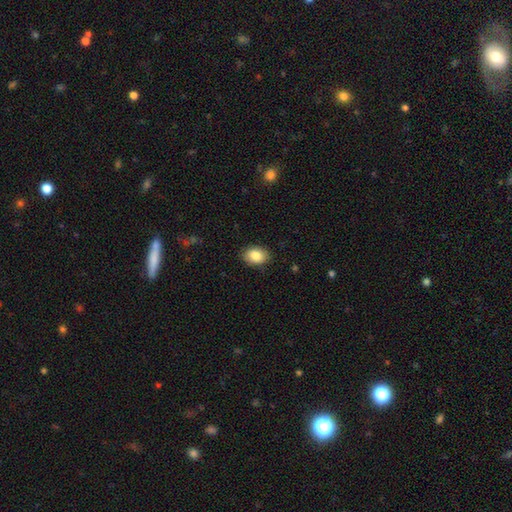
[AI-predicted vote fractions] smooth 86%, star or artifact 7%, featured or disk 7%. Down the decision tree: how rounded — in between (78%); merging — none (87%).